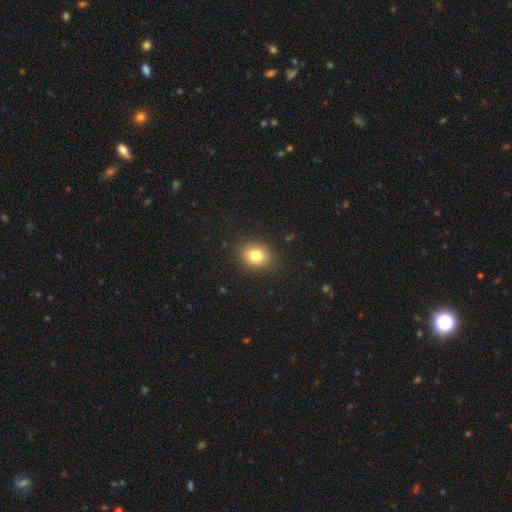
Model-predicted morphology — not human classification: smooth-or-featured: smooth: 81% | star or artifact: 11% | featured or disk: 8%
  how-rounded: round: 57% | in between: 42% | cigar-shaped: 1%
  merging: none: 89% | minor disturbance: 8% | major disturbance: 2% | merger: 1%